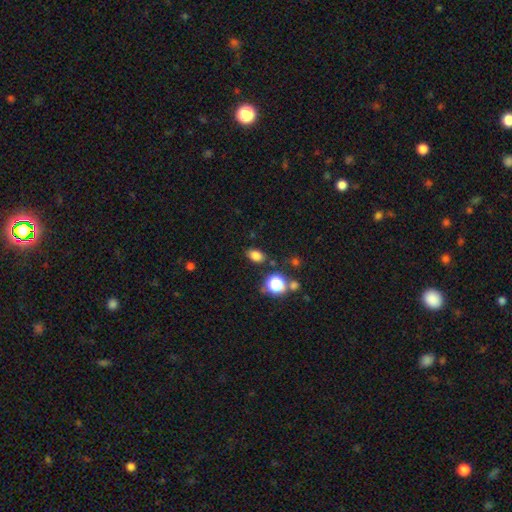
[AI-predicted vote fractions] The model was most divided on "how rounded": in between: 78%, round: 20%, cigar-shaped: 1%. More confident: merging — none (81%); smooth or featured — smooth (79%).